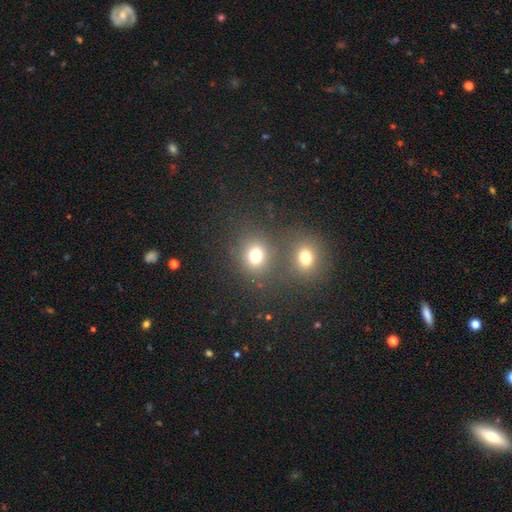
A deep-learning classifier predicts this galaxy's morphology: Overall: smooth (73%). How rounded: round (75%). Merging: none (58%; merger 29%).